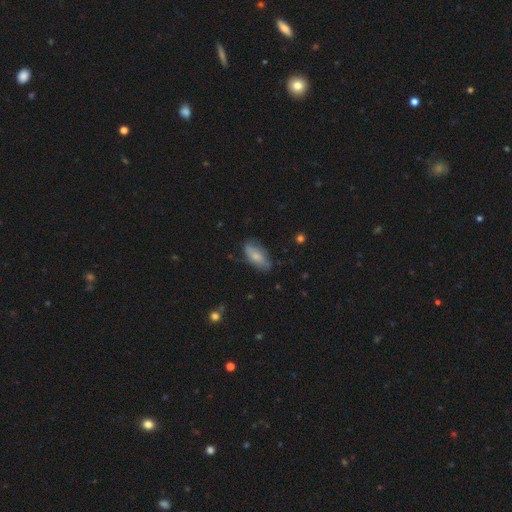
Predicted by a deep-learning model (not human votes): This appears to be a smooth galaxy with no disk features (68%) that is in between round and cigar-shaped (87%). Merging: none (64%).